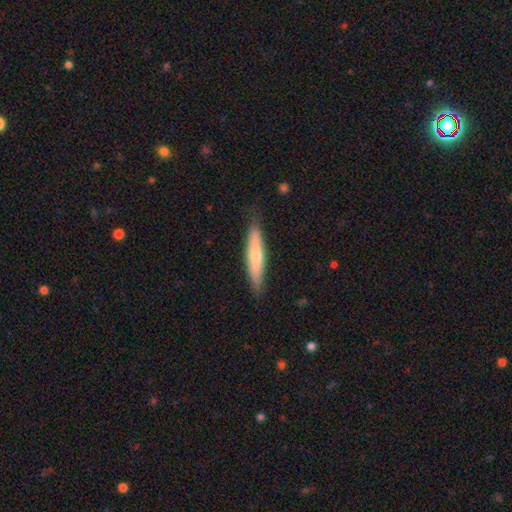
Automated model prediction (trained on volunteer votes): Smooth or featured? smooth (58%)
How rounded? cigar-shaped (85%)
Merging? none (83%)